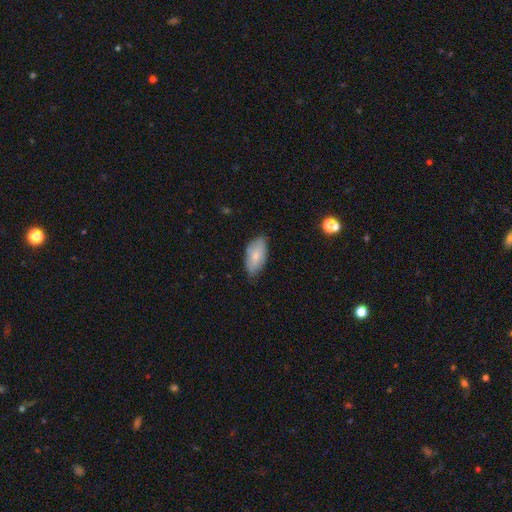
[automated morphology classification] Q: Smooth or featured?
A: smooth (74%); runner-up: featured or disk (20%)
Q: How rounded?
A: in between (93%); runner-up: cigar-shaped (4%)
Q: Merging?
A: none (70%); runner-up: minor disturbance (25%)